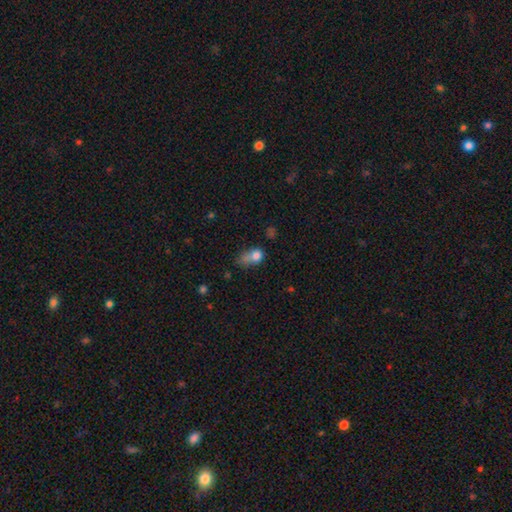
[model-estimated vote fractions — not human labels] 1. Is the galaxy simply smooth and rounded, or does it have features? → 74% smooth, 14% featured or disk, 12% star or artifact.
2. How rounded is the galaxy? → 55% in between, 42% round, 4% cigar-shaped.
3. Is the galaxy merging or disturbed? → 27% major disturbance, 26% merger, 24% none, 24% minor disturbance.